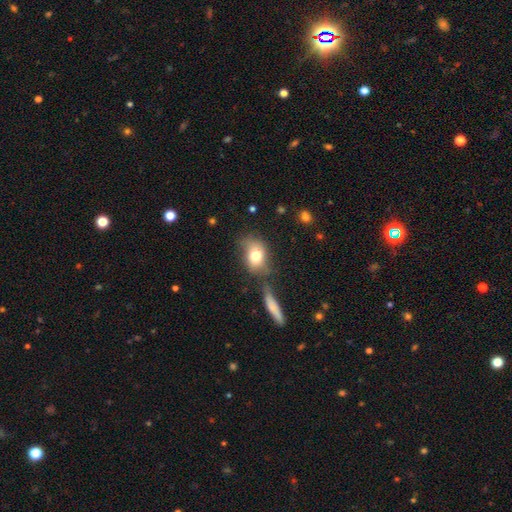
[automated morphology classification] smooth_or_featured: smooth (p=0.74) [alt: featured or disk p=0.16]
how_rounded: in between (p=0.69) [alt: round p=0.28]
merging: none (p=0.54) [alt: minor disturbance p=0.21]